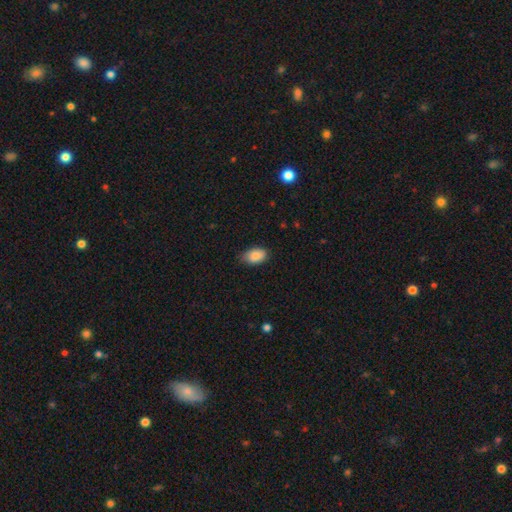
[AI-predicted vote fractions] A smooth galaxy with no disk features (86%) that is in between round and cigar-shaped (91%).

Vote fractions:
- Smooth or featured? smooth: 86% / featured or disk: 8% / star or artifact: 7%
- How rounded? in between: 91% / round: 7% / cigar-shaped: 1%
- Merging? none: 76% / minor disturbance: 21% / major disturbance: 3% / merger: 1%